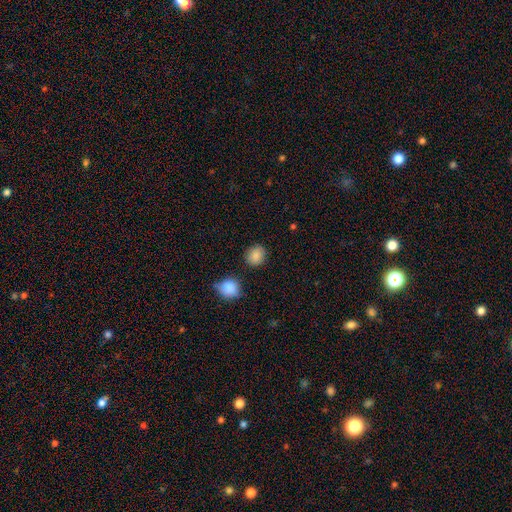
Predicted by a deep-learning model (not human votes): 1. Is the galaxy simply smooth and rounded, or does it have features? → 87% smooth, 9% star or artifact, 4% featured or disk.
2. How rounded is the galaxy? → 79% round, 20% in between, 1% cigar-shaped.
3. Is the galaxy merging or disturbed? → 84% none, 10% minor disturbance, 4% merger, 3% major disturbance.